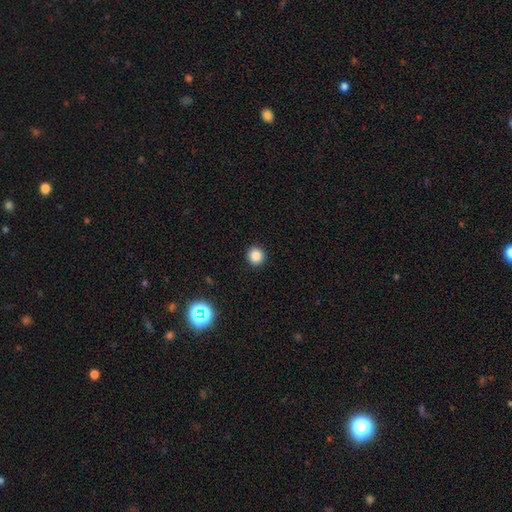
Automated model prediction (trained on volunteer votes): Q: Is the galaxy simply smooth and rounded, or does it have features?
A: smooth — 85%.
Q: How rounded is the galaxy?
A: round — 90%.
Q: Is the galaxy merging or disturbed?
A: none — 92%.